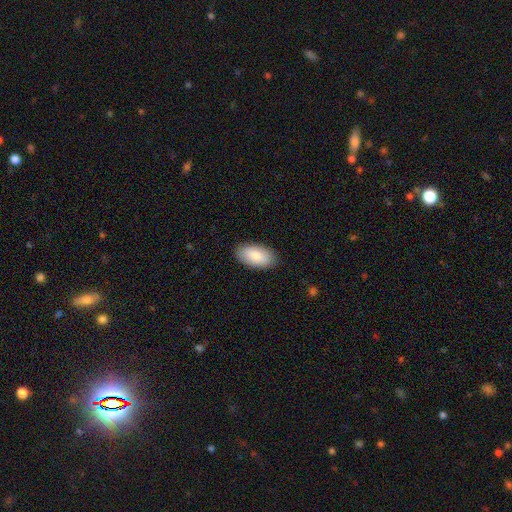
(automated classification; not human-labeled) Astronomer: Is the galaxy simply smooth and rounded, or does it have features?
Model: smooth — 84%.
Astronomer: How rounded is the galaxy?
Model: in between — 95%.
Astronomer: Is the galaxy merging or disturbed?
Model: none — 88%.